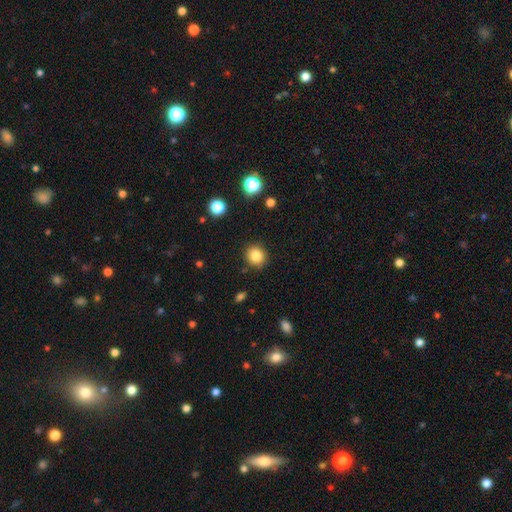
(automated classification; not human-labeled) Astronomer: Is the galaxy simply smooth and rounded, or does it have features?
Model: smooth — 84%.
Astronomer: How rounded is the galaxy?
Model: round — 80%.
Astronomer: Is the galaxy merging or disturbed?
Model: none — 88%.